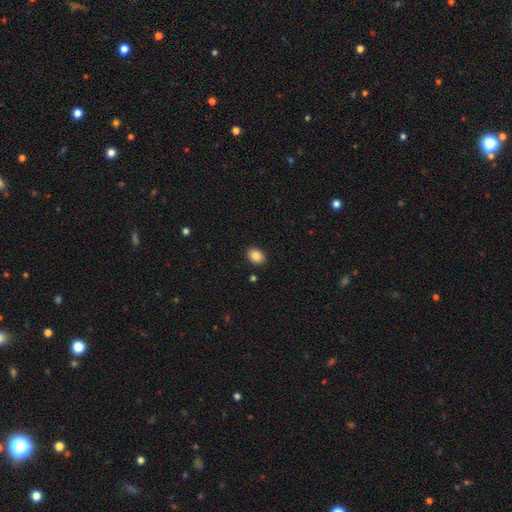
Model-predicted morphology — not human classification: Q: Smooth or featured?
A: smooth (87%); runner-up: star or artifact (8%)
Q: How rounded?
A: in between (70%); runner-up: round (29%)
Q: Merging?
A: none (89%); runner-up: minor disturbance (7%)